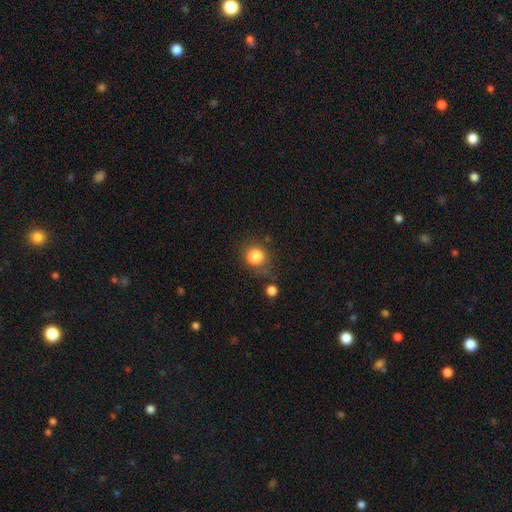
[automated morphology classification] smooth-or-featured: smooth: 81% | star or artifact: 13% | featured or disk: 6%
  how-rounded: round: 80% | in between: 19% | cigar-shaped: 1%
  merging: none: 74% | minor disturbance: 16% | major disturbance: 5% | merger: 5%